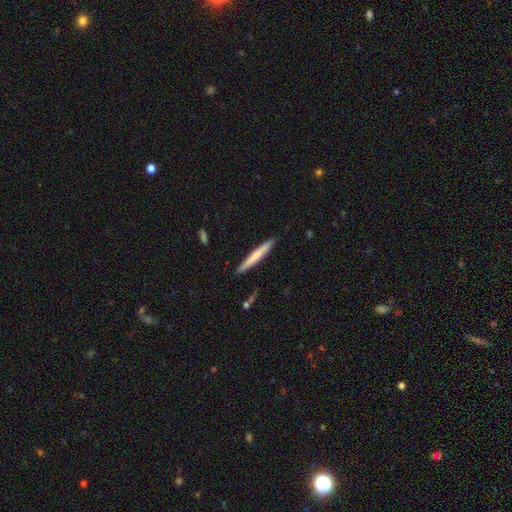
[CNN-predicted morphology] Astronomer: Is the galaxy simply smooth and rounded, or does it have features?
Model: smooth — 60%.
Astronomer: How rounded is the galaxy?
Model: cigar-shaped — 96%.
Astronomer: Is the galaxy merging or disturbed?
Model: none — 89%.